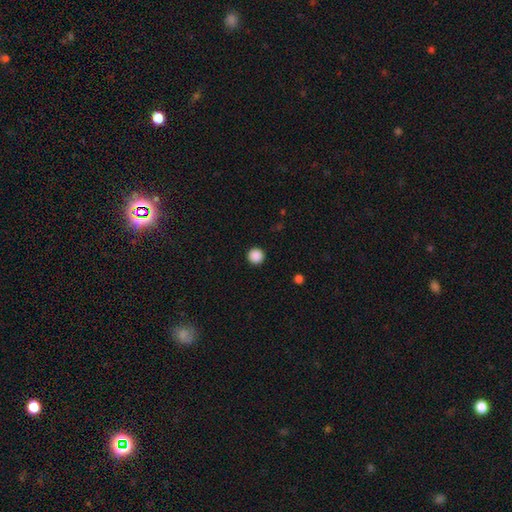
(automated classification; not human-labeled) Smooth or featured?
  - smooth: 88% *
  - star or artifact: 9%
  - featured or disk: 2%
How rounded?
  - round: 96% *
  - in between: 3%
  - cigar-shaped: 1%
Merging?
  - none: 93% *
  - minor disturbance: 4%
  - major disturbance: 2%
  - merger: 1%